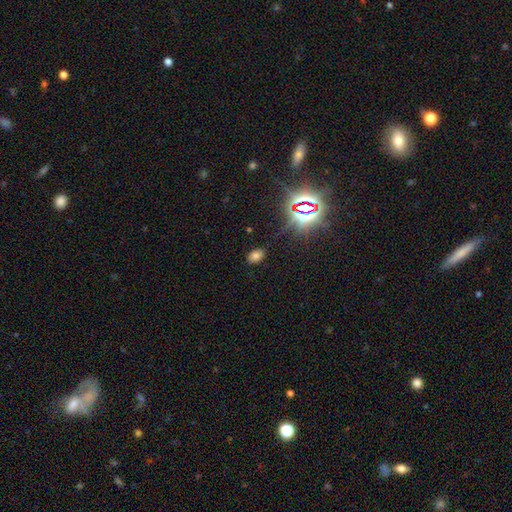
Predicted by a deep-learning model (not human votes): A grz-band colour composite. It shows a smooth galaxy with no disk features (68%) that is in between round and cigar-shaped (84%). Merging: none (85%).